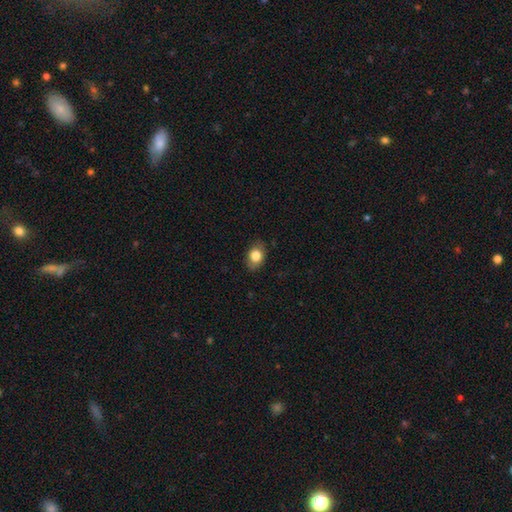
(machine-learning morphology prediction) Overall: smooth (81%). How rounded: in between (72%). Merging: none (82%).